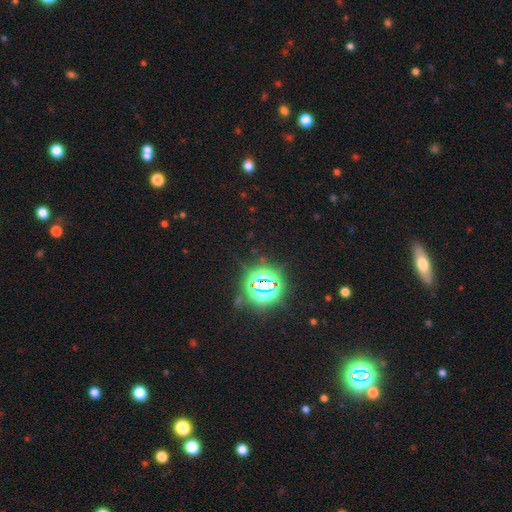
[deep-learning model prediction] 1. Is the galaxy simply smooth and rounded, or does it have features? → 80% star or artifact, 13% smooth, 7% featured or disk.